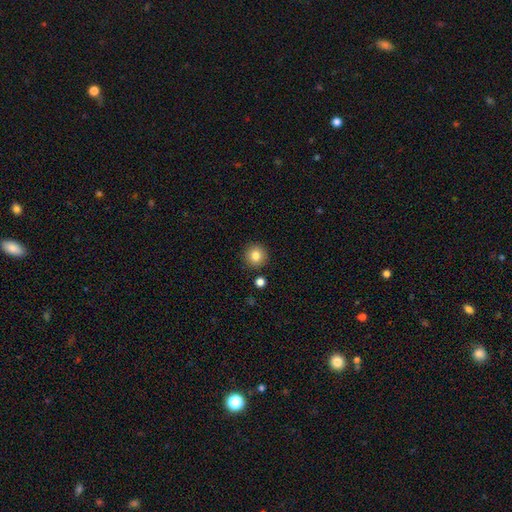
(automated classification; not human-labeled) This is clearly a smooth galaxy (83%). How rounded: clearly round (94%). Merging: clearly none (89%).